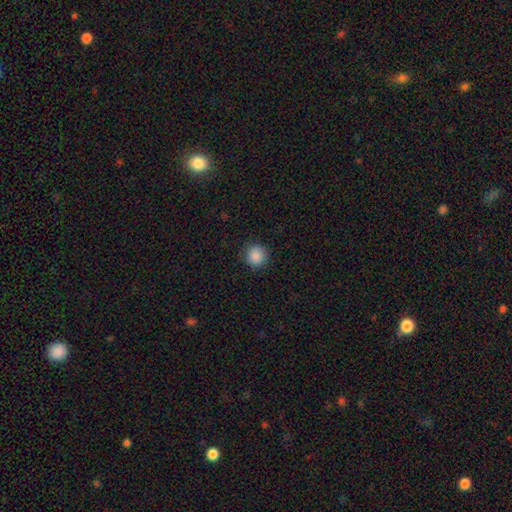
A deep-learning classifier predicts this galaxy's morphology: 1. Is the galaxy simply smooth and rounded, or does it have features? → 88% smooth, 9% star or artifact, 3% featured or disk.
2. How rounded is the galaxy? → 93% round, 6% in between, 1% cigar-shaped.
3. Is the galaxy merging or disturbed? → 90% none, 6% minor disturbance, 2% major disturbance, 1% merger.